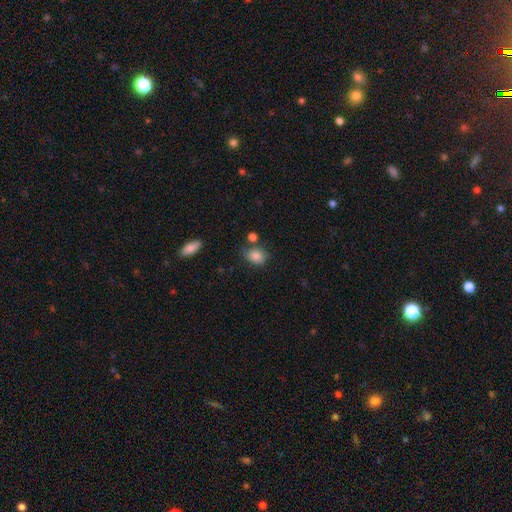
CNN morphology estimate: type=smooth (82%); roundness=in between (57%); merging=none (51%).